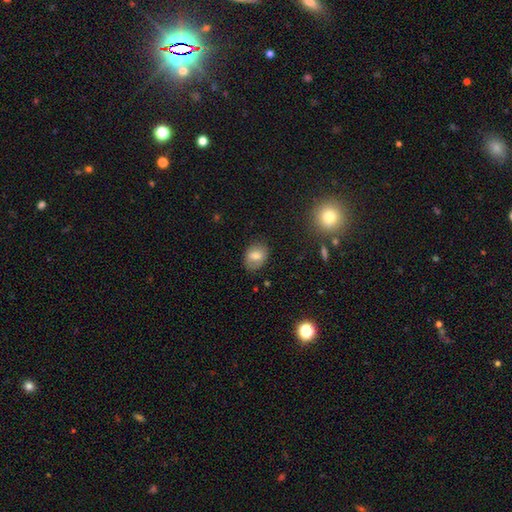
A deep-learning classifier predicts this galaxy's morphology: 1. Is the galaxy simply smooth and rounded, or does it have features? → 74% smooth, 16% featured or disk, 10% star or artifact.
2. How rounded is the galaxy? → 64% in between, 35% round, 1% cigar-shaped.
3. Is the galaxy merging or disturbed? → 79% none, 16% minor disturbance, 4% major disturbance, 1% merger.